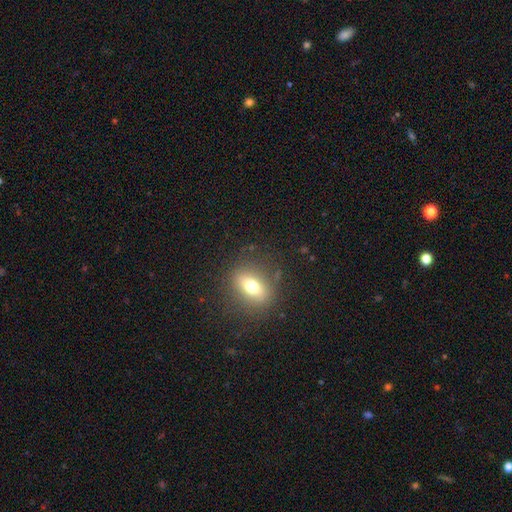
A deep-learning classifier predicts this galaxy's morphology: Smooth or featured: smooth — 53% (featured or disk — 31%)
How rounded: in between — 53% (round — 39%)
Merging: none — 86% (minor disturbance — 9%)